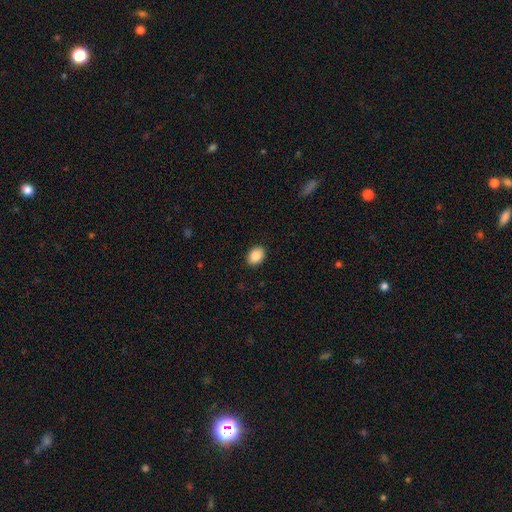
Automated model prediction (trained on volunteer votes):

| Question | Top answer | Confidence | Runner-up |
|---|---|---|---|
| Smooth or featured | smooth | 88% | star or artifact (8%) |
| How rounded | in between | 75% | round (24%) |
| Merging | none | 90% | minor disturbance (7%) |